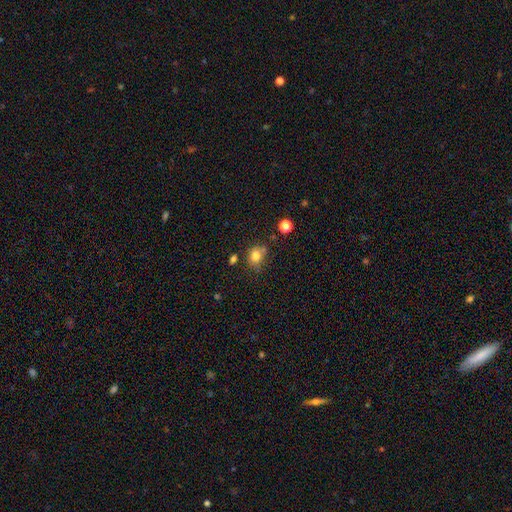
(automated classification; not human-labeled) A smooth galaxy with no disk features (79%) that is round (65%).

Vote fractions:
- Smooth or featured? smooth: 79% / star or artifact: 13% / featured or disk: 8%
- How rounded? round: 65% / in between: 34% / cigar-shaped: 1%
- Merging? none: 61% / minor disturbance: 19% / merger: 15% / major disturbance: 6%